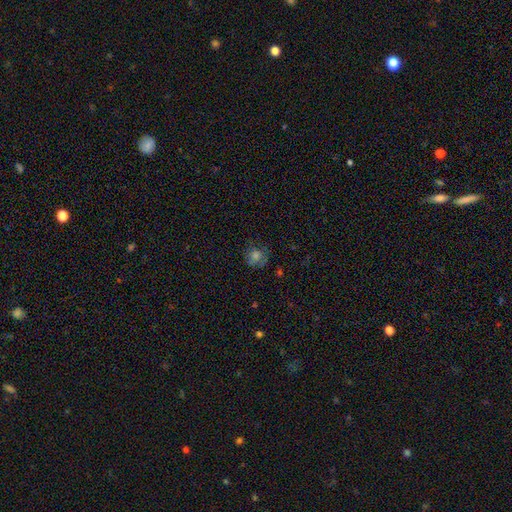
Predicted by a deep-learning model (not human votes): Q: Smooth or featured?
A: smooth (61%); runner-up: featured or disk (20%)
Q: How rounded?
A: round (85%); runner-up: in between (14%)
Q: Merging?
A: none (71%); runner-up: minor disturbance (19%)